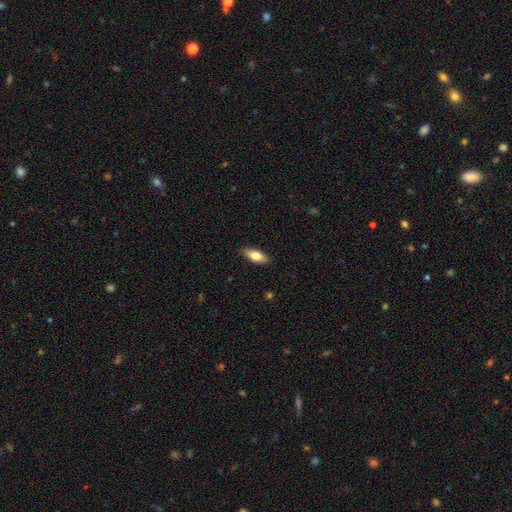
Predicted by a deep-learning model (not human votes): Overall: smooth (73%). How rounded: in between (79%). Merging: none (88%).